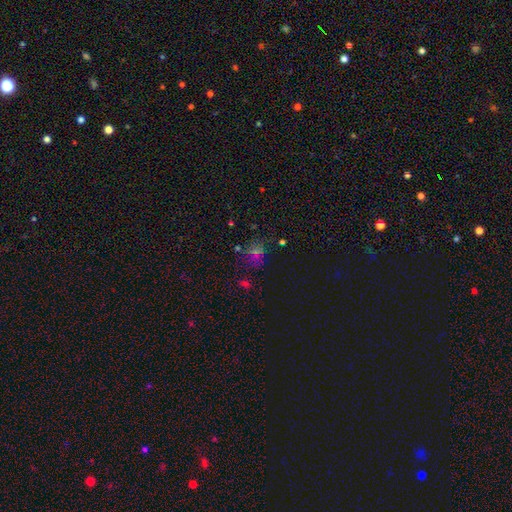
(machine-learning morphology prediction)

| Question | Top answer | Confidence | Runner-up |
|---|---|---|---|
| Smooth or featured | star or artifact | 46% | smooth (39%) |